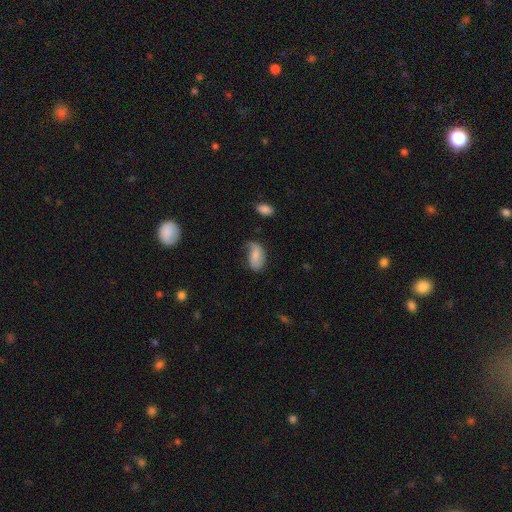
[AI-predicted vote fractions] Smooth or featured? smooth (63%)
How rounded? in between (92%)
Merging? none (43%)